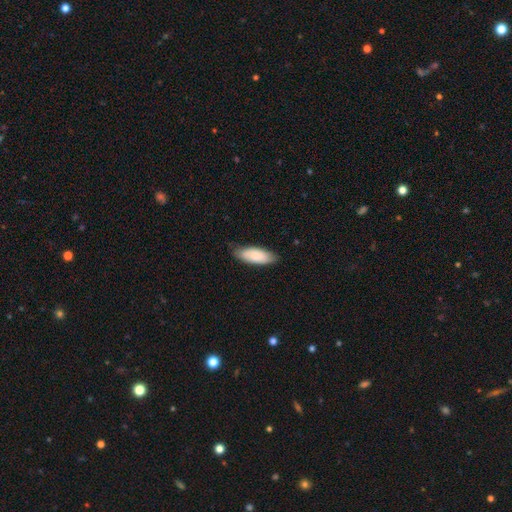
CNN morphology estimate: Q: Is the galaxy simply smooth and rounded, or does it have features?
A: smooth — 78%.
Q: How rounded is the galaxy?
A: in between — 77%.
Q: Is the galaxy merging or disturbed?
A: none — 77%.